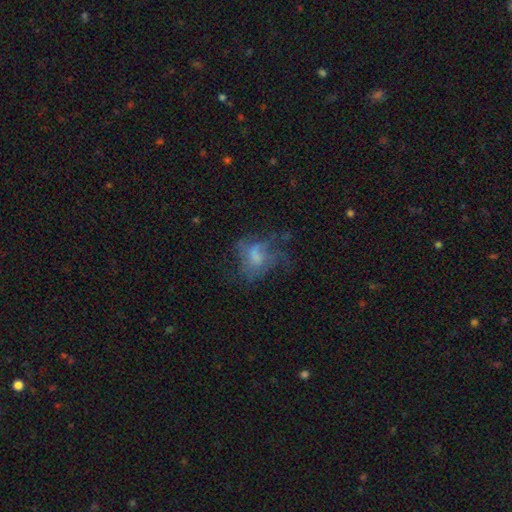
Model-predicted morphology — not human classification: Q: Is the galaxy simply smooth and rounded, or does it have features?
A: featured or disk — 48%.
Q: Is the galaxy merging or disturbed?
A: major disturbance — 40%.